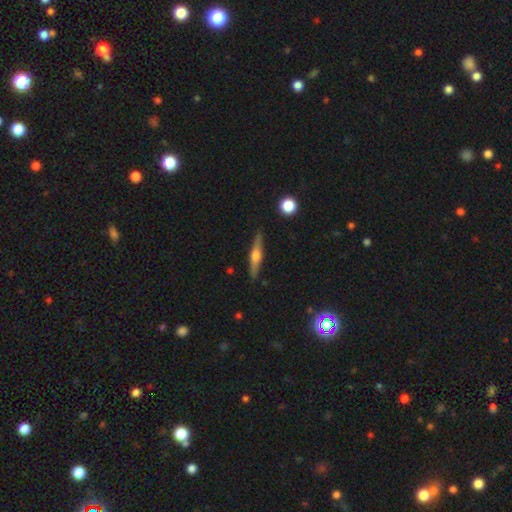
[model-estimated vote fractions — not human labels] A featured or disk galaxy (67%) viewed edge-on (97%) with a rounded central bulge (93%).

Vote fractions:
- Smooth or featured? featured or disk: 67% / smooth: 27% / star or artifact: 6%
- Edge-on disk? yes: 97% / no: 3%
- Edge-on bulge? rounded: 93% / boxy: 4% / none: 3%
- Merging? none: 89% / minor disturbance: 8% / major disturbance: 2% / merger: 1%